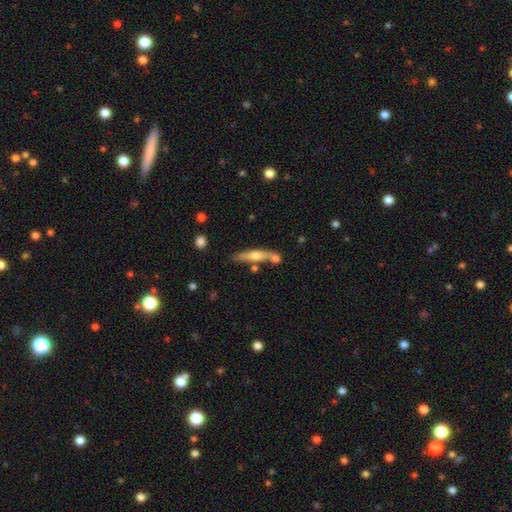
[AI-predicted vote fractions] This is possibly a featured or disk galaxy (49%). Merging: likely none (65%).